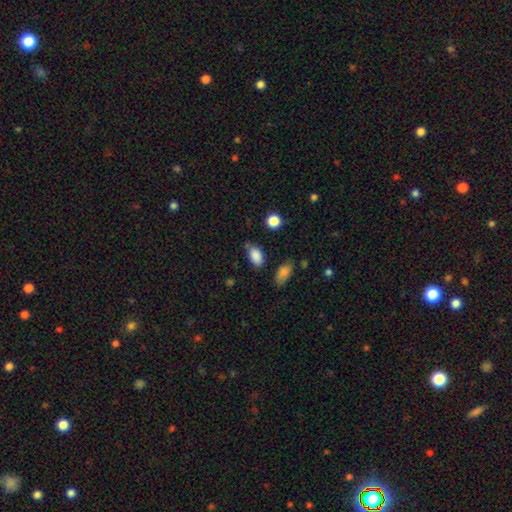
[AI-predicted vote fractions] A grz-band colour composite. It shows a smooth galaxy with no disk features (87%) that is in between round and cigar-shaped (90%). Merging: none (69%).